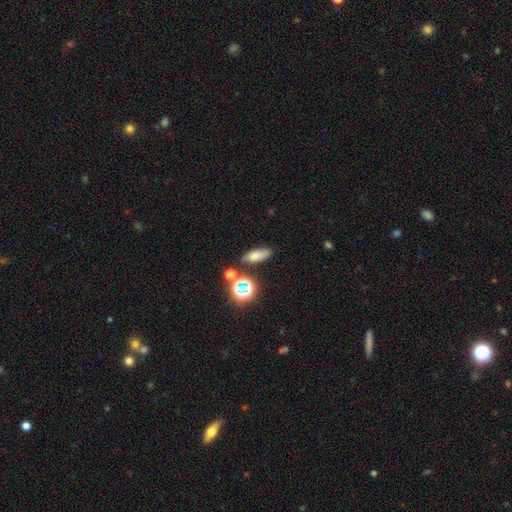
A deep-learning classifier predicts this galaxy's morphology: This is likely a smooth galaxy (67%). How rounded: likely in between (60%). Merging: likely none (75%).